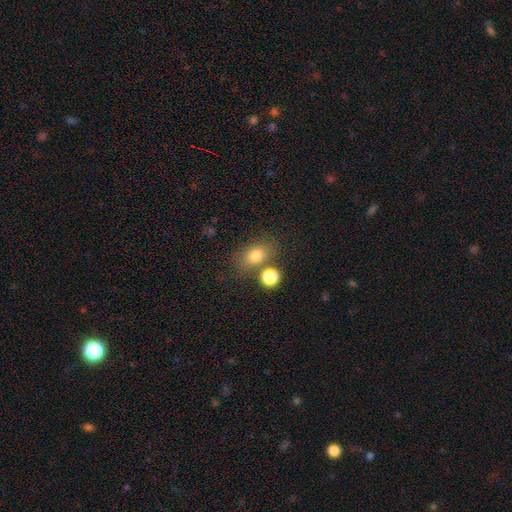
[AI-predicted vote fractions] smooth-or-featured: smooth: 79% | star or artifact: 11% | featured or disk: 10%
  how-rounded: in between: 69% | round: 28% | cigar-shaped: 2%
  merging: none: 66% | merger: 15% | minor disturbance: 13% | major disturbance: 5%